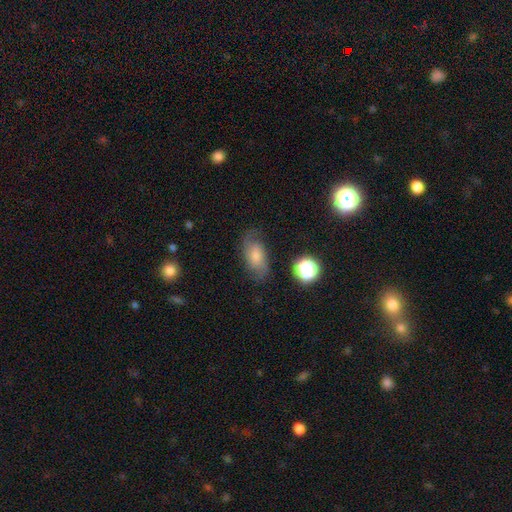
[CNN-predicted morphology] smooth_or_featured: featured or disk (p=0.44) [alt: smooth p=0.43]
merging: none (p=0.73) [alt: minor disturbance p=0.18]